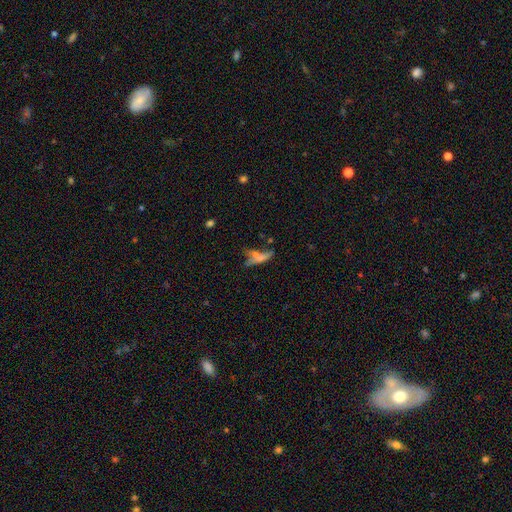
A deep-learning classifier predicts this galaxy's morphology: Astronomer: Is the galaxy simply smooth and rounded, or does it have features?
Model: smooth — 42% (runner-up: featured or disk, 37%).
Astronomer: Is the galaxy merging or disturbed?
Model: none — 37% (runner-up: merger, 24%).